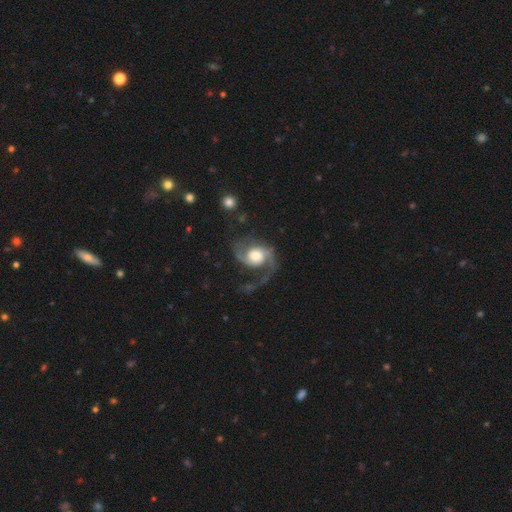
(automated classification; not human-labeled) This appears to be a featured or disk galaxy (87%) with no bar (65%), 2 (83%) medium (47%) spiral arms (97%) and a large central bulge (45%). Merging: none (53%).